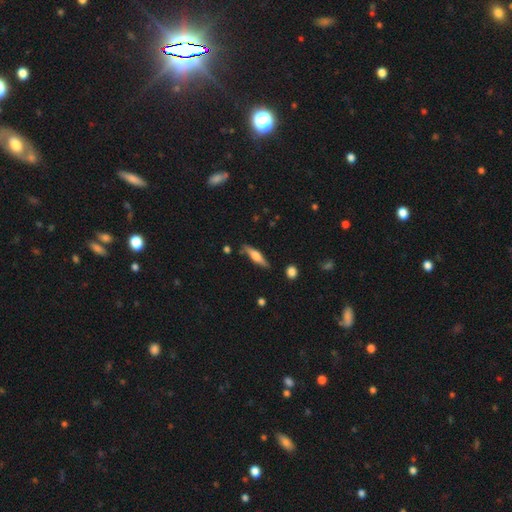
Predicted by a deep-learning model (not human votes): smooth_or_featured: featured or disk (p=0.50) [alt: smooth p=0.44]
merging: none (p=0.79) [alt: minor disturbance p=0.15]